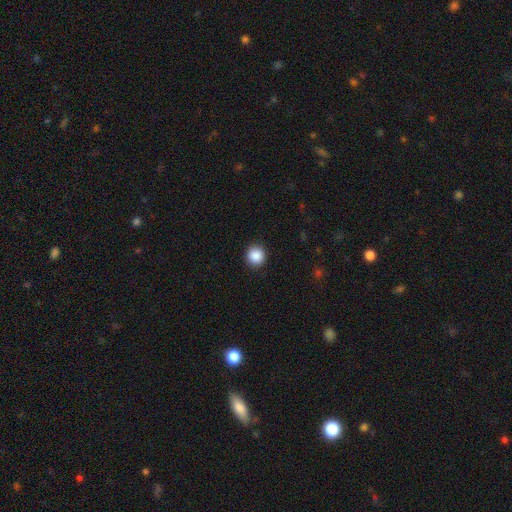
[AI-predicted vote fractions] Q: Smooth or featured?
A: smooth (89%); runner-up: star or artifact (9%)
Q: How rounded?
A: round (92%); runner-up: in between (7%)
Q: Merging?
A: none (92%); runner-up: minor disturbance (6%)